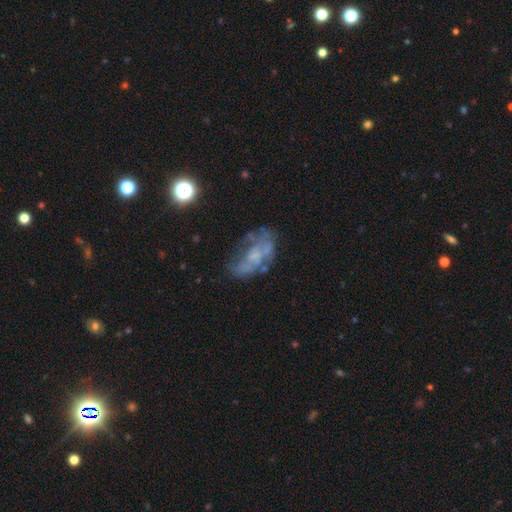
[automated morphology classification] Q: Smooth or featured?
A: featured or disk (60%); runner-up: smooth (26%)
Q: Edge-on disk?
A: no (95%); runner-up: yes (5%)
Q: Bar?
A: no (85%); runner-up: weak (12%)
Q: Spiral arms?
A: no (73%); runner-up: yes (27%)
Q: Bulge size?
A: none (50%); runner-up: small (24%)
Q: Merging?
A: none (45%); runner-up: major disturbance (25%)